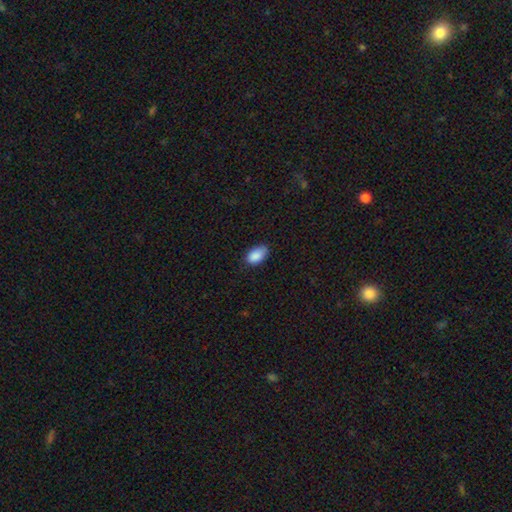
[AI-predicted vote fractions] Overall: smooth (89%). How rounded: in between (92%). Merging: none (72%).